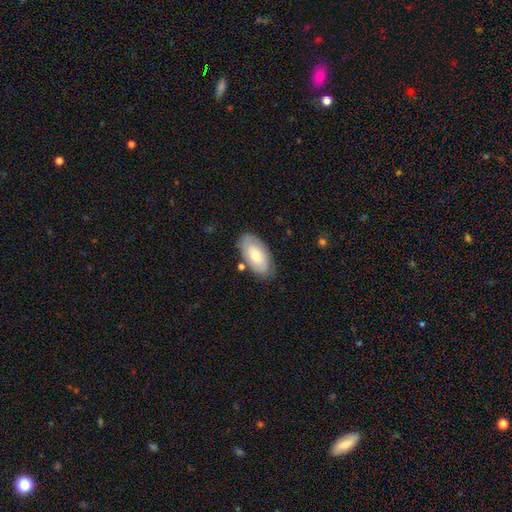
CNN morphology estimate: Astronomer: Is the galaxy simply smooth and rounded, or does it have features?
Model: smooth — 63%.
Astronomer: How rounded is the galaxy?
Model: in between — 94%.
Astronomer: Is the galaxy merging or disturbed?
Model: none — 77%.